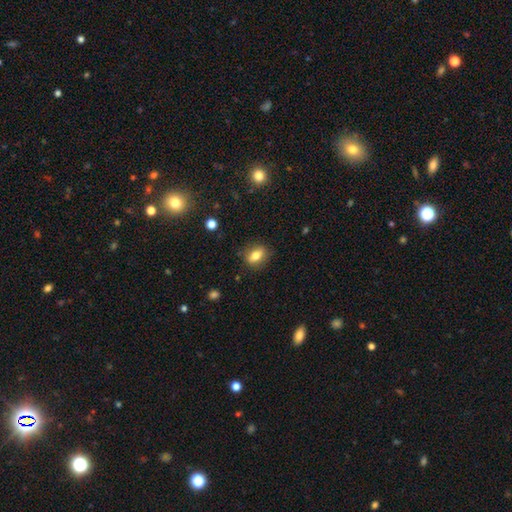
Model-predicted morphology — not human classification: Smooth or featured? Predicted: smooth (p=0.76). How rounded? Predicted: in between (p=0.71). Merging? Predicted: none (p=0.82).